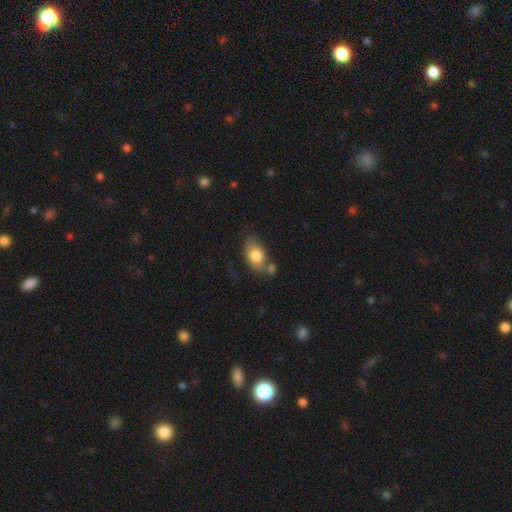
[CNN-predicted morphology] Smooth or featured?
  - smooth: 78% *
  - featured or disk: 16%
  - star or artifact: 7%
How rounded?
  - in between: 89% *
  - round: 9%
  - cigar-shaped: 2%
Merging?
  - none: 56% *
  - minor disturbance: 20%
  - merger: 19%
  - major disturbance: 6%